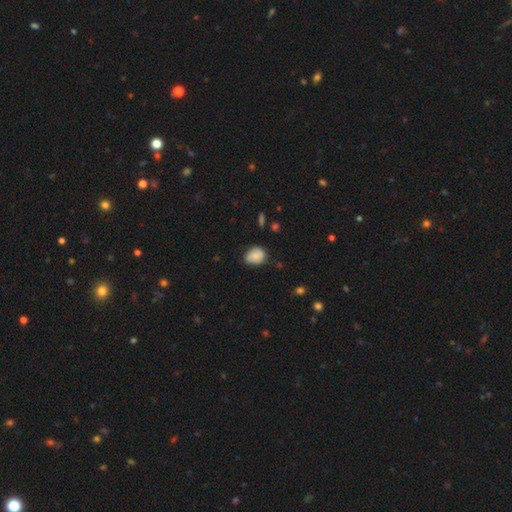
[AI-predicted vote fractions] This is likely a smooth galaxy (73%). How rounded: possibly in between (51%). Merging: likely none (64%).